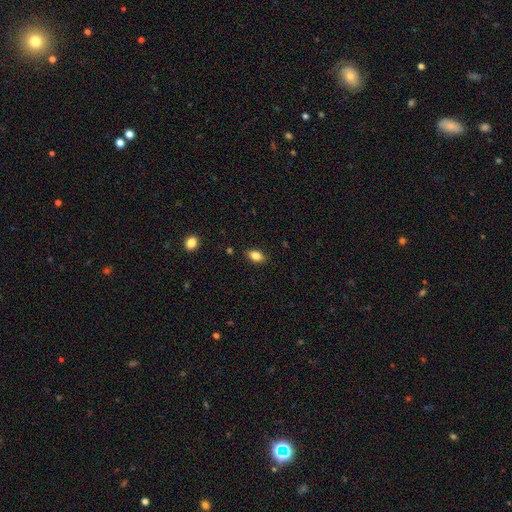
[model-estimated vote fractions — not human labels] Q: Smooth or featured?
A: smooth (80%); runner-up: featured or disk (11%)
Q: How rounded?
A: in between (85%); runner-up: round (10%)
Q: Merging?
A: none (85%); runner-up: minor disturbance (12%)